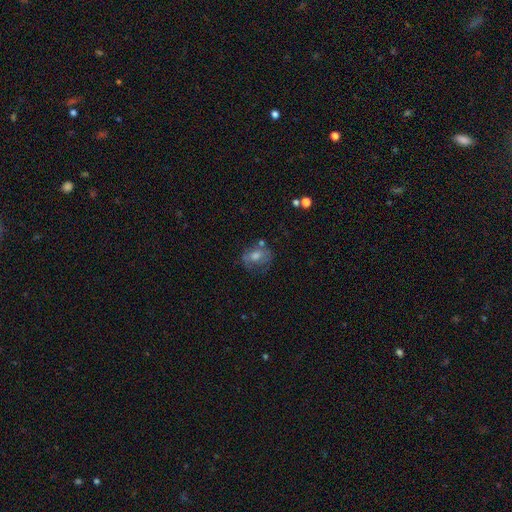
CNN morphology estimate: A smooth galaxy with no disk features (45%).

Vote fractions:
- Smooth or featured? smooth: 45% / featured or disk: 39% / star or artifact: 16%
- Merging? none: 58% / minor disturbance: 23% / major disturbance: 13% / merger: 6%